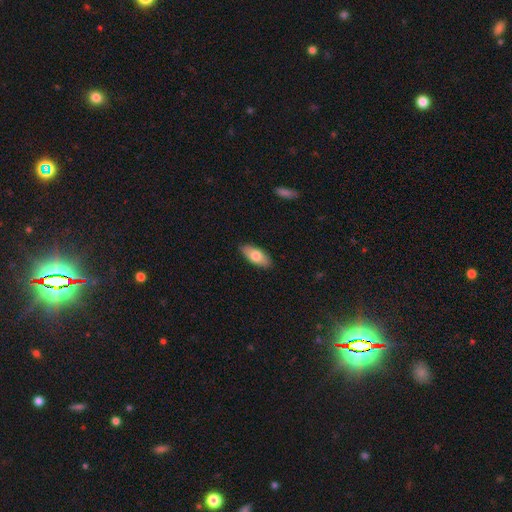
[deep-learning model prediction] This appears to be a smooth galaxy with no disk features (74%) that is in between round and cigar-shaped (84%). Merging: none (88%).